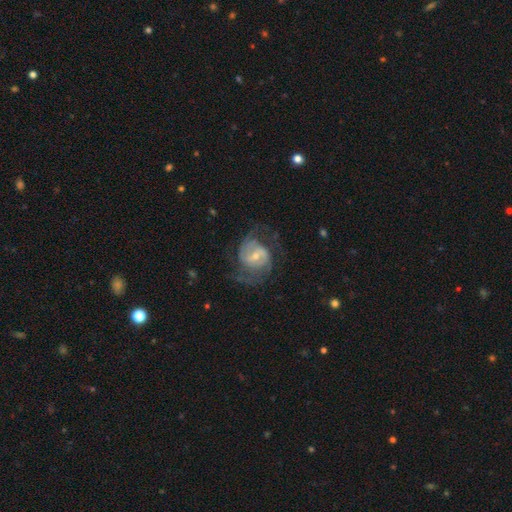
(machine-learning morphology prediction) featured or disk 80%, smooth 14%, star or artifact 6%. Down the decision tree: edge-on disk — no (97%); bar — weak (53%); spiral arms — yes (89%); spiral arm count — 2 (68%); spiral winding — medium (49%); bulge size — small (55%); merging — none (57%).